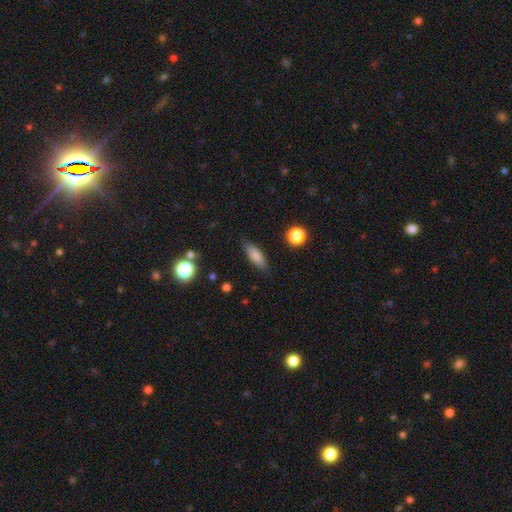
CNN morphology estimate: smooth_or_featured: smooth (p=0.79) [alt: featured or disk p=0.13]
how_rounded: in between (p=0.57) [alt: cigar-shaped p=0.40]
merging: none (p=0.84) [alt: minor disturbance p=0.12]